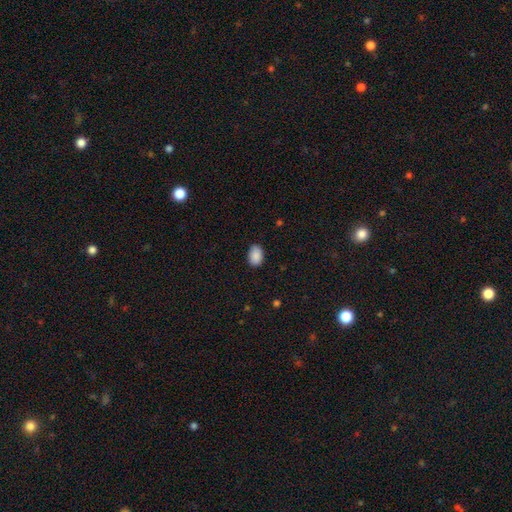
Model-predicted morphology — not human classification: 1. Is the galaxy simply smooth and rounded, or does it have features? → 89% smooth, 7% star or artifact, 3% featured or disk.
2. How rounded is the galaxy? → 84% in between, 15% round, 1% cigar-shaped.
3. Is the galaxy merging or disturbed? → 80% none, 16% minor disturbance, 3% major disturbance, 1% merger.